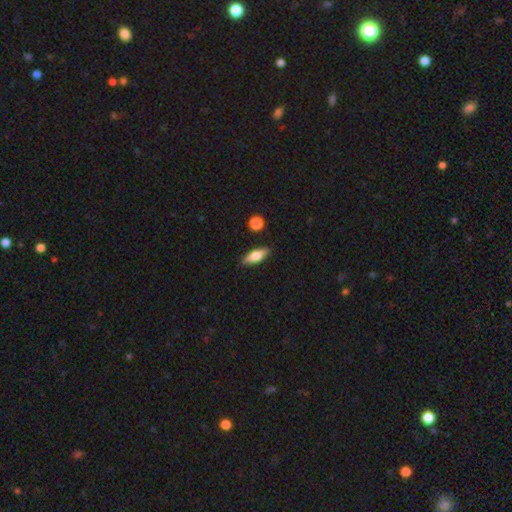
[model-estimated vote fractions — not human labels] A smooth galaxy with no disk features (71%) that is in between round and cigar-shaped (66%). Merging: none (87%).